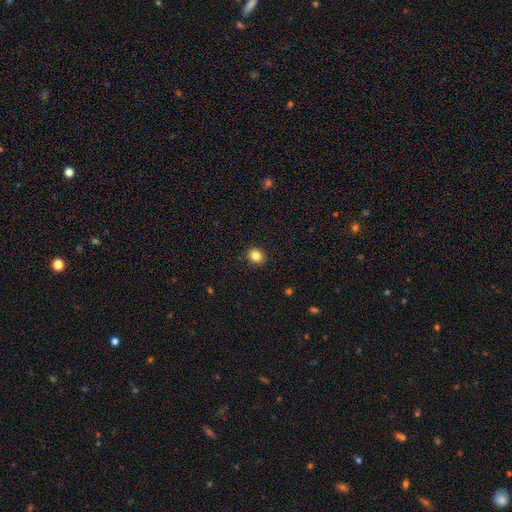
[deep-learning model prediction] Smooth or featured? smooth (84%)
How rounded? round (67%)
Merging? none (91%)